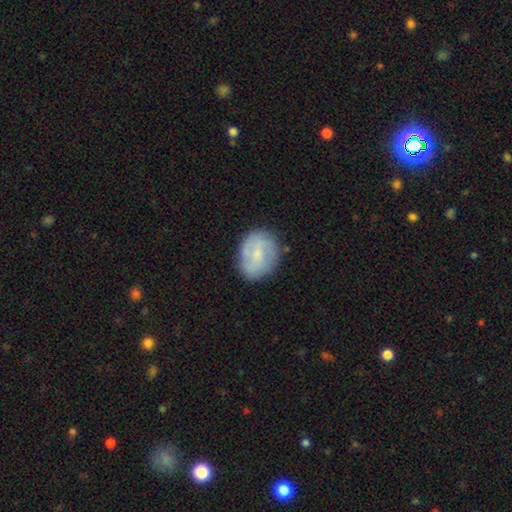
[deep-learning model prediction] Smooth or featured?
  - smooth: 60% *
  - featured or disk: 33%
  - star or artifact: 7%
How rounded?
  - in between: 50% *
  - round: 48%
  - cigar-shaped: 1%
Merging?
  - none: 76% *
  - minor disturbance: 18%
  - major disturbance: 5%
  - merger: 2%